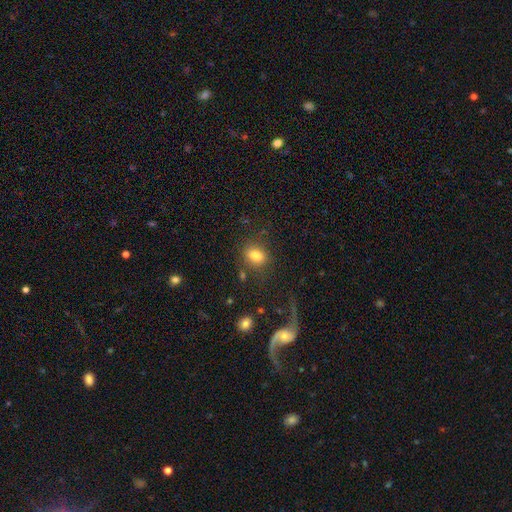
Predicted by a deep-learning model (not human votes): Smooth or featured? smooth (81%)
How rounded? in between (62%)
Merging? none (77%)